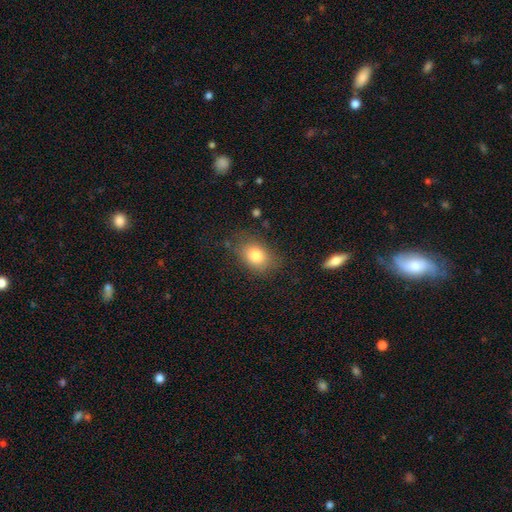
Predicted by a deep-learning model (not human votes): Smooth or featured: smooth — 80% (featured or disk — 10%)
How rounded: in between — 76% (round — 23%)
Merging: none — 76% (minor disturbance — 16%)